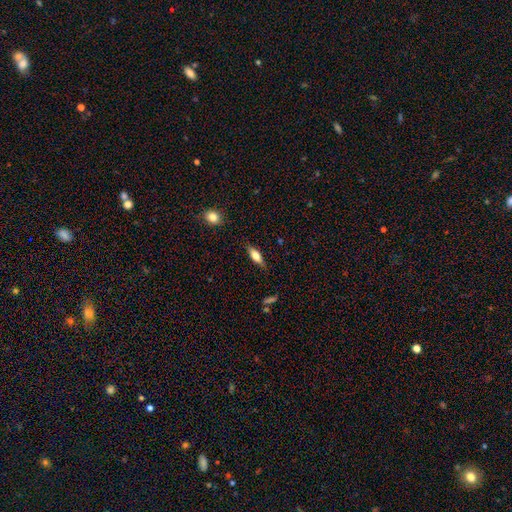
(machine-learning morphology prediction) Smooth or featured: smooth — 64% (featured or disk — 29%)
How rounded: in between — 60% (cigar-shaped — 37%)
Merging: none — 83% (minor disturbance — 13%)